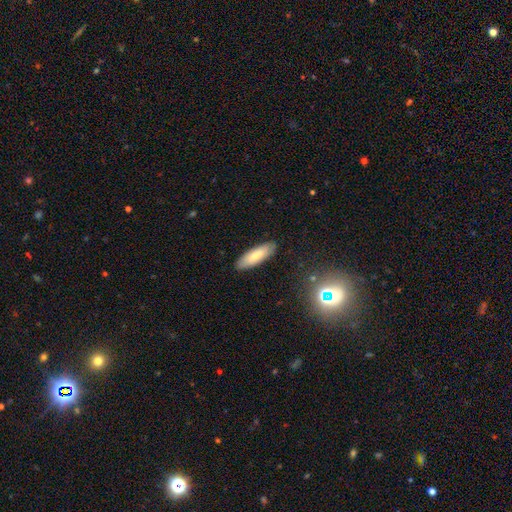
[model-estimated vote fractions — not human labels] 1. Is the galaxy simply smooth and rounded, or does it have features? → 75% smooth, 19% featured or disk, 6% star or artifact.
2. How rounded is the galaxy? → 57% in between, 41% cigar-shaped, 2% round.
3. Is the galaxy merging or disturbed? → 88% none, 9% minor disturbance, 2% major disturbance, 1% merger.